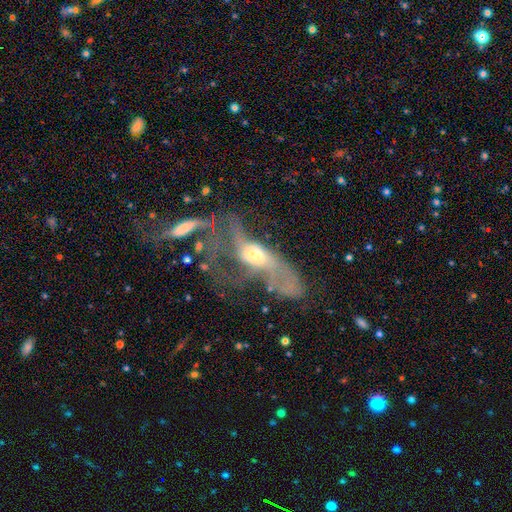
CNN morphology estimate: type=featured or disk (67%); edge-on=no (86%); bar=no (64%); spiral arms=yes (53%); bulge=moderate (56%); merging=major disturbance (40%, tied with merger).